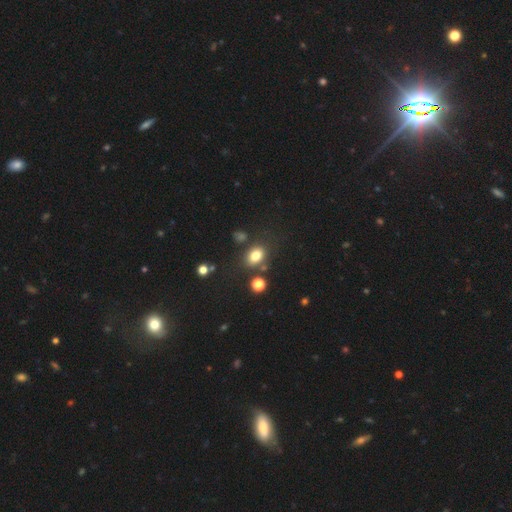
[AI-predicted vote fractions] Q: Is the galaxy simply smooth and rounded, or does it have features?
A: smooth — 79%.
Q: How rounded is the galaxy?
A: in between — 63%.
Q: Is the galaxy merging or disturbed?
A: none — 73%.